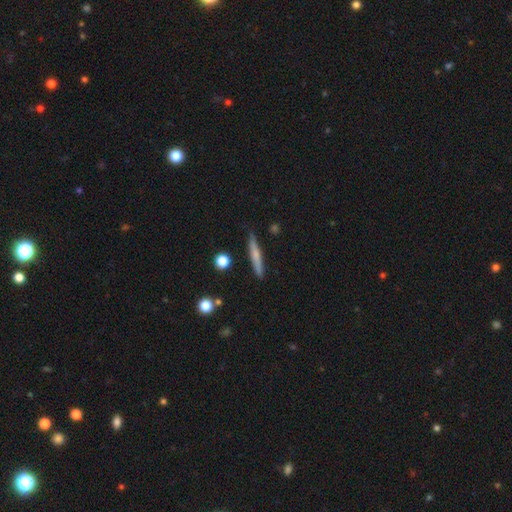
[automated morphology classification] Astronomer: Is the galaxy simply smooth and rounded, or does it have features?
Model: smooth — 57% (runner-up: featured or disk, 37%).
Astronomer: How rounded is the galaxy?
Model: cigar-shaped — 93%.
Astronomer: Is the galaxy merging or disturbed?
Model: none — 86%.